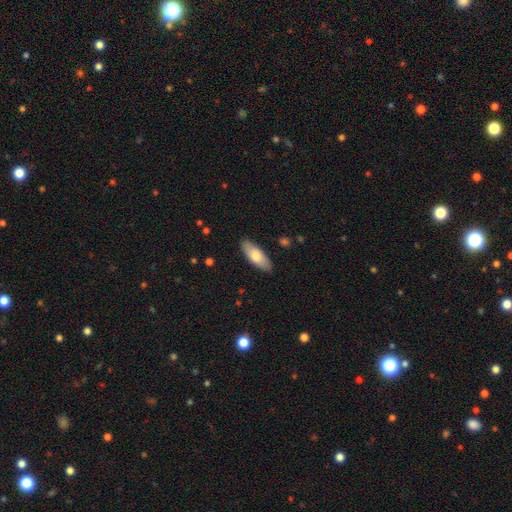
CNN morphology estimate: Q: Smooth or featured?
A: smooth (74%); runner-up: featured or disk (20%)
Q: How rounded?
A: in between (74%); runner-up: cigar-shaped (24%)
Q: Merging?
A: none (87%); runner-up: minor disturbance (10%)